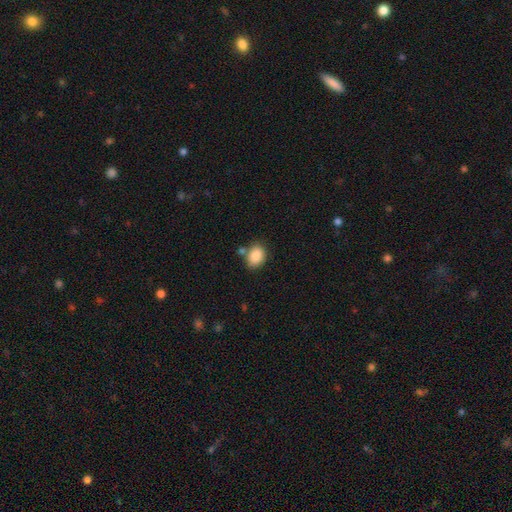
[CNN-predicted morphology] Smooth or featured?
  - smooth: 88% *
  - star or artifact: 8%
  - featured or disk: 5%
How rounded?
  - in between: 67% *
  - round: 32%
  - cigar-shaped: 1%
Merging?
  - none: 70% *
  - minor disturbance: 15%
  - merger: 12%
  - major disturbance: 4%